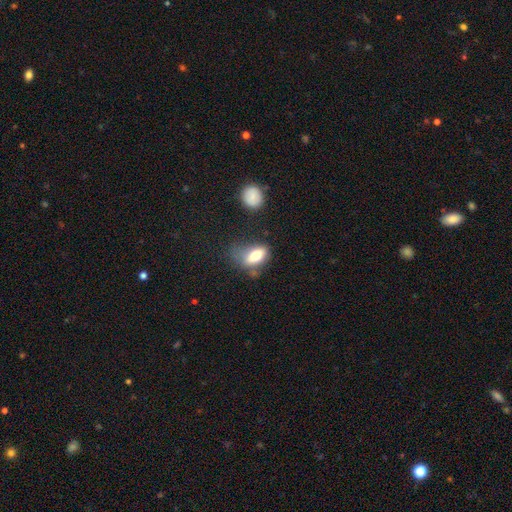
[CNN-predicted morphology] A smooth galaxy with no disk features (74%) that is in between round and cigar-shaped (87%).

Vote fractions:
- Smooth or featured? smooth: 74% / featured or disk: 18% / star or artifact: 8%
- How rounded? in between: 87% / round: 7% / cigar-shaped: 6%
- Merging? none: 33% / minor disturbance: 31% / major disturbance: 29% / merger: 8%